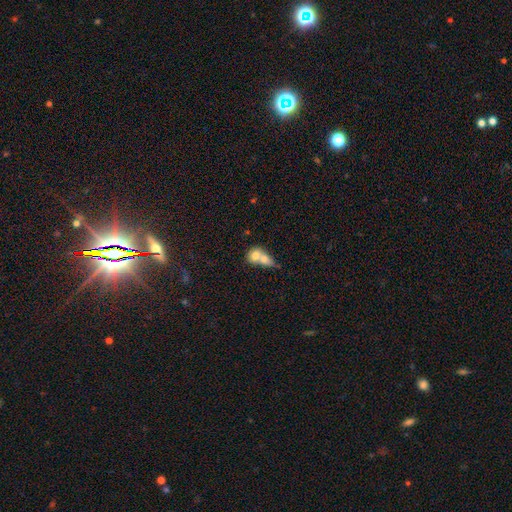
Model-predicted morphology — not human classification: A smooth galaxy with no disk features (70%) that is round (57%).

Vote fractions:
- Smooth or featured? smooth: 70% / featured or disk: 22% / star or artifact: 8%
- How rounded? round: 57% / in between: 41% / cigar-shaped: 2%
- Merging? merger: 75% / none: 16% / minor disturbance: 5% / major disturbance: 3%